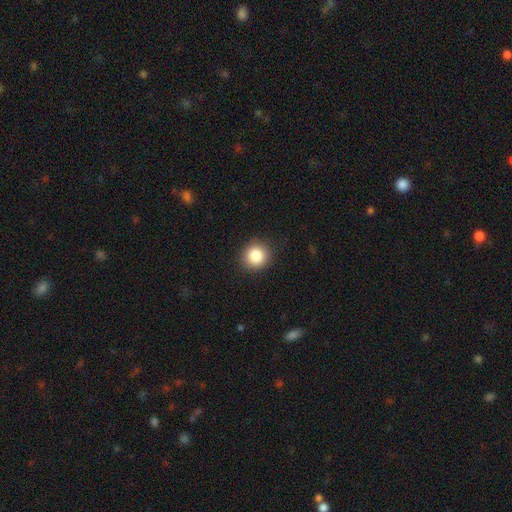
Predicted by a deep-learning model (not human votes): smooth-or-featured: smooth: 85% | star or artifact: 9% | featured or disk: 5%
  how-rounded: round: 89% | in between: 10% | cigar-shaped: 1%
  merging: none: 90% | minor disturbance: 7% | major disturbance: 2% | merger: 1%